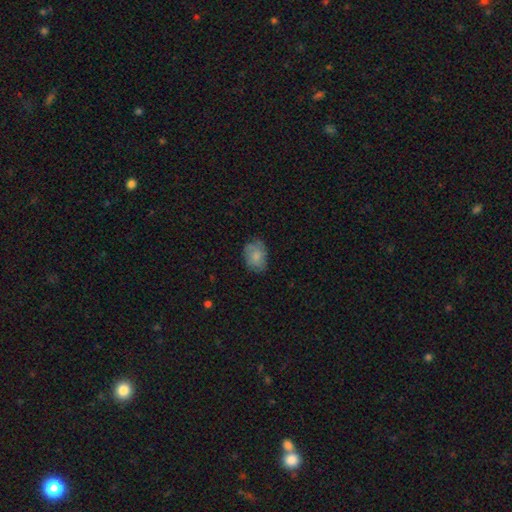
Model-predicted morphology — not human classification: smooth_or_featured: smooth (p=0.72) [alt: featured or disk p=0.21]
how_rounded: in between (p=0.77) [alt: round p=0.22]
merging: none (p=0.69) [alt: minor disturbance p=0.23]